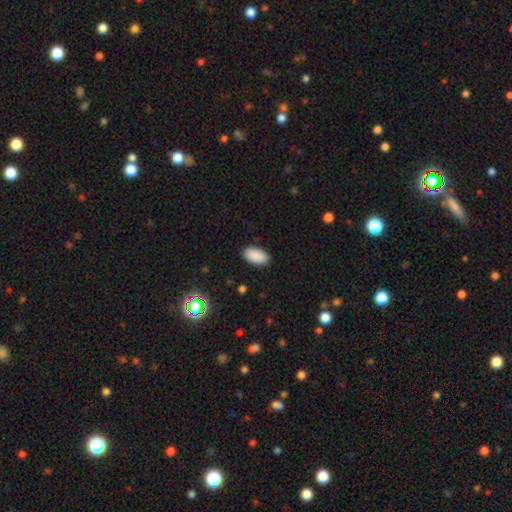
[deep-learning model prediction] smooth-or-featured: smooth: 90% | star or artifact: 8% | featured or disk: 3%
  how-rounded: in between: 95% | round: 3% | cigar-shaped: 2%
  merging: none: 89% | minor disturbance: 8% | major disturbance: 2% | merger: 1%